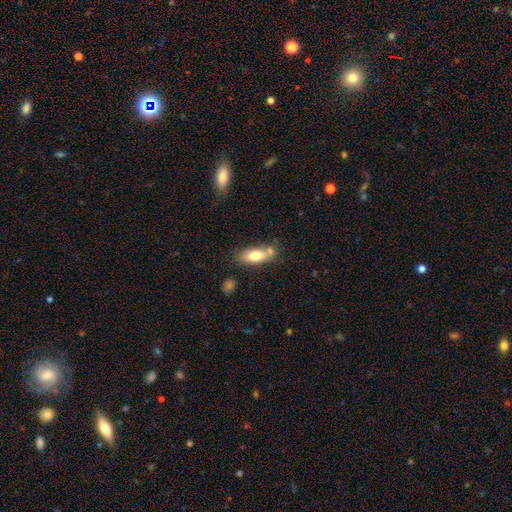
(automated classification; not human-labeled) smooth_or_featured: smooth (p=0.75) [alt: featured or disk p=0.18]
how_rounded: in between (p=0.74) [alt: cigar-shaped p=0.23]
merging: none (p=0.57) [alt: minor disturbance p=0.19]